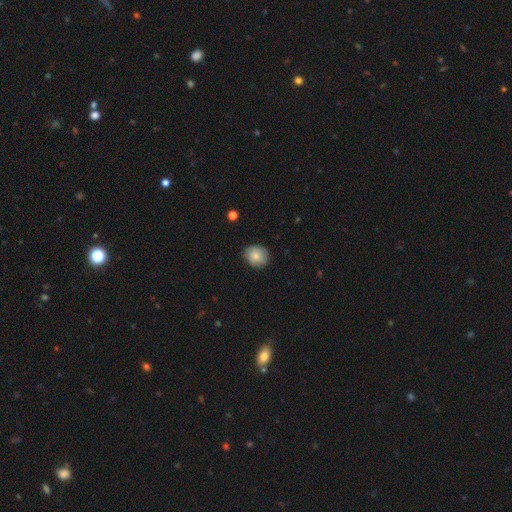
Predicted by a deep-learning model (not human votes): Smooth or featured? smooth (74%)
How rounded? round (77%)
Merging? none (81%)